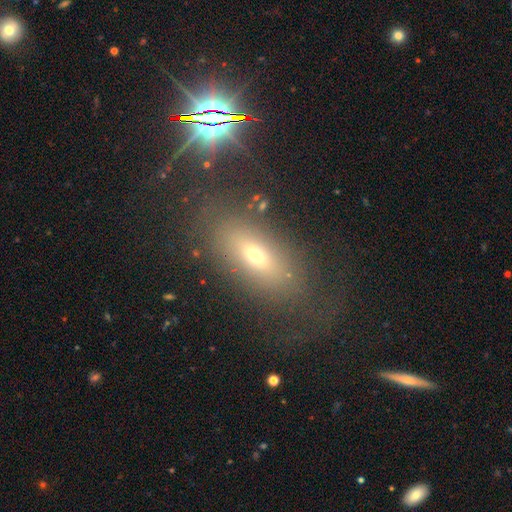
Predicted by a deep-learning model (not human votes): Smooth or featured? Predicted: smooth (p=0.47). Merging? Predicted: none (p=0.73).